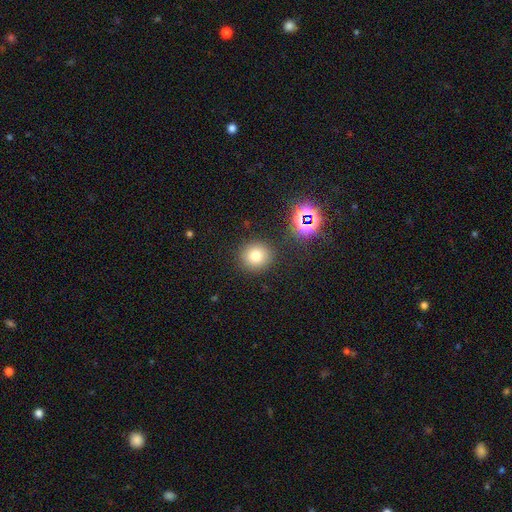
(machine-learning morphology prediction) A smooth galaxy with no disk features (76%) that is round (89%). Merging: none (88%).